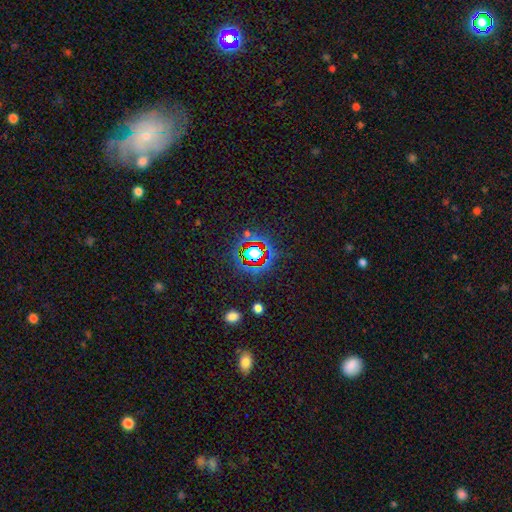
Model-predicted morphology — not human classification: Smooth or featured? Predicted: star or artifact (p=0.69).